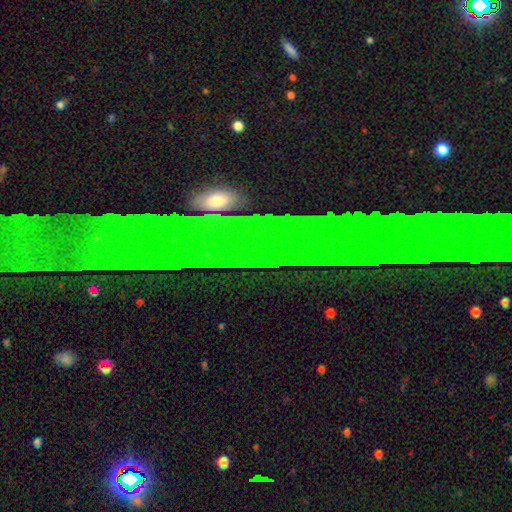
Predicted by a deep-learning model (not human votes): Smooth or featured?
  - star or artifact: 64% *
  - smooth: 18%
  - featured or disk: 18%